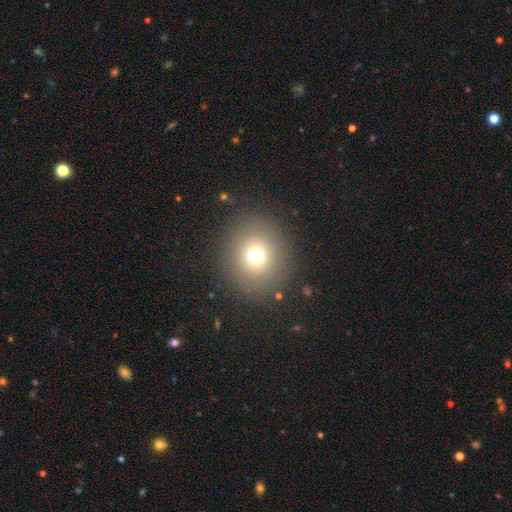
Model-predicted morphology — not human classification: Q: Smooth or featured?
A: smooth (71%); runner-up: star or artifact (18%)
Q: How rounded?
A: round (80%); runner-up: in between (19%)
Q: Merging?
A: none (87%); runner-up: minor disturbance (7%)